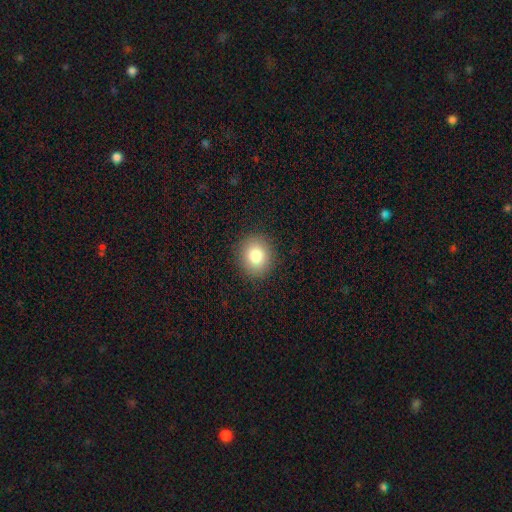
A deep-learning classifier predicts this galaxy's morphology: smooth-or-featured: smooth: 82% | star or artifact: 10% | featured or disk: 8%
  how-rounded: round: 81% | in between: 18% | cigar-shaped: 1%
  merging: none: 90% | minor disturbance: 6% | major disturbance: 2% | merger: 1%